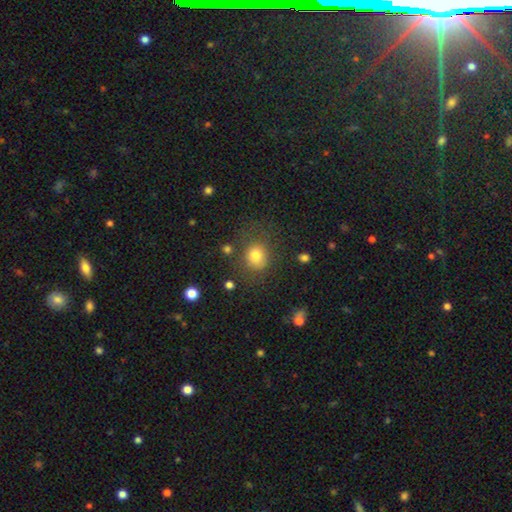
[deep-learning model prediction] smooth 77%, star or artifact 14%, featured or disk 9%. Down the decision tree: how rounded — round (76%); merging — none (71%).